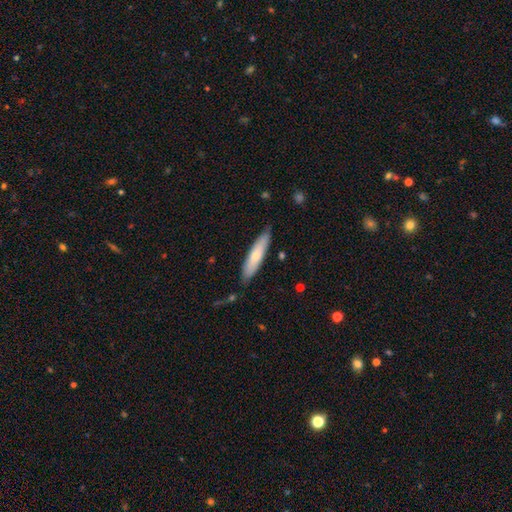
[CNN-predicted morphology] Overall: smooth (65%; featured or disk 30%). How rounded: cigar-shaped (78%). Merging: none (81%).